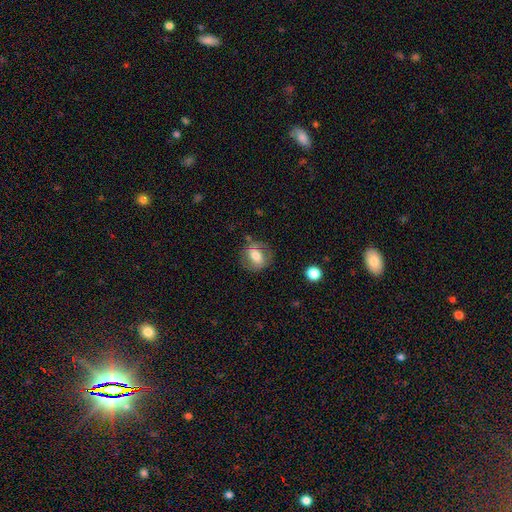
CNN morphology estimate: smooth 59%, featured or disk 33%, star or artifact 8%. Down the decision tree: how rounded — round (61%); merging — none (71%).